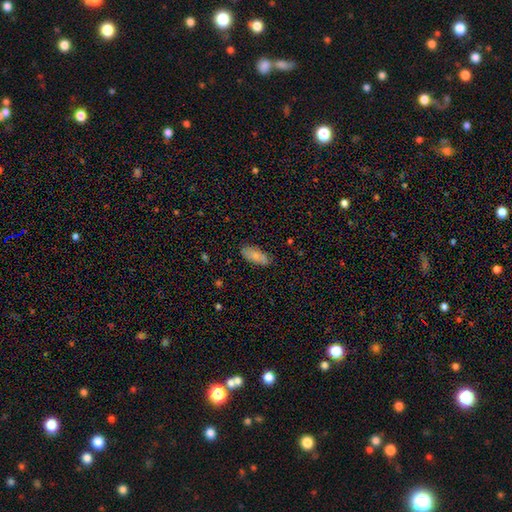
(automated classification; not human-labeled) Smooth or featured?
  - smooth: 77% *
  - featured or disk: 16%
  - star or artifact: 7%
How rounded?
  - in between: 84% *
  - cigar-shaped: 14%
  - round: 2%
Merging?
  - none: 82% *
  - minor disturbance: 14%
  - major disturbance: 3%
  - merger: 1%